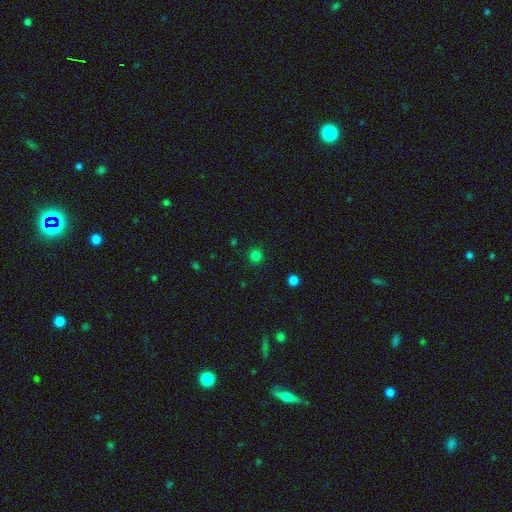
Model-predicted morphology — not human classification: Smooth or featured? Predicted: smooth (p=0.79). How rounded? Predicted: round (p=0.95). Merging? Predicted: none (p=0.91).